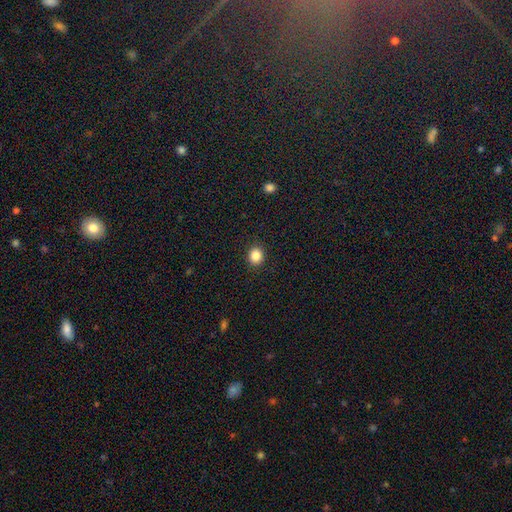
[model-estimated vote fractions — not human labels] smooth_or_featured: smooth (p=0.86) [alt: star or artifact p=0.11]
how_rounded: round (p=0.75) [alt: in between p=0.24]
merging: none (p=0.92) [alt: minor disturbance p=0.06]